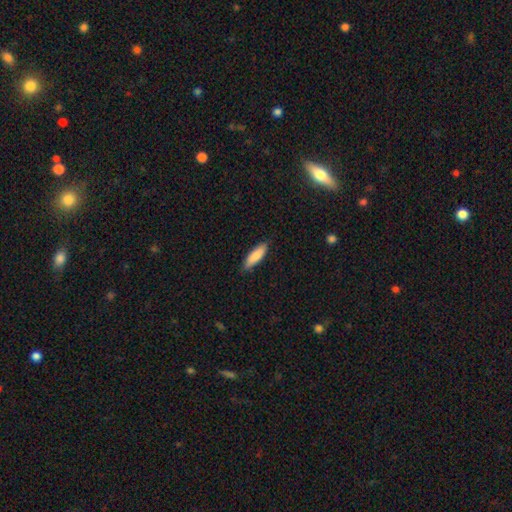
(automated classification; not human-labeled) Morphology: type=smooth (85%); roundness=cigar-shaped (51%); merging=none (84%).